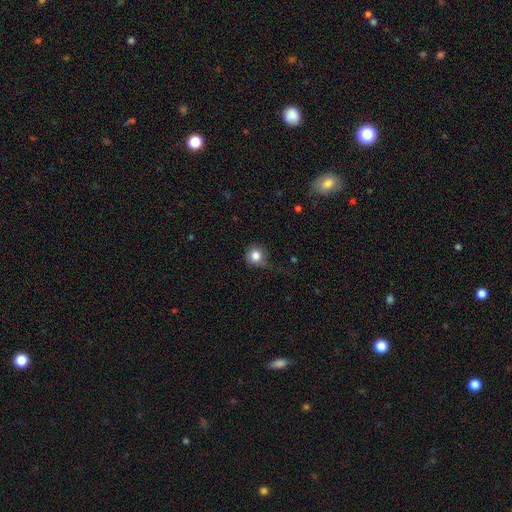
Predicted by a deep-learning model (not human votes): smooth-or-featured: smooth: 83% | star or artifact: 10% | featured or disk: 7%
  how-rounded: round: 91% | in between: 8% | cigar-shaped: 1%
  merging: none: 60% | minor disturbance: 27% | major disturbance: 11% | merger: 2%